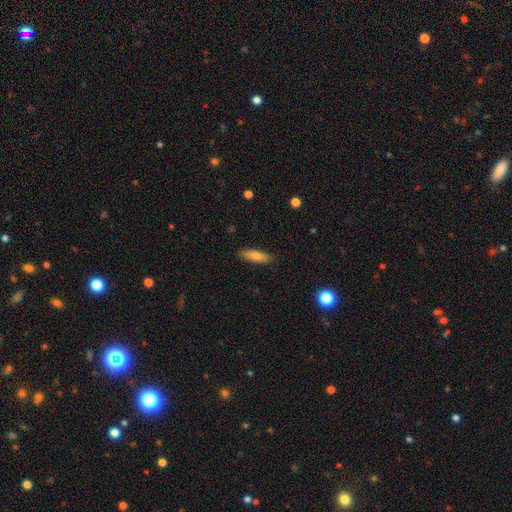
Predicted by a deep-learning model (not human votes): smooth_or_featured: smooth (p=0.72) [alt: featured or disk p=0.21]
how_rounded: cigar-shaped (p=0.56) [alt: in between p=0.42]
merging: none (p=0.88) [alt: minor disturbance p=0.09]